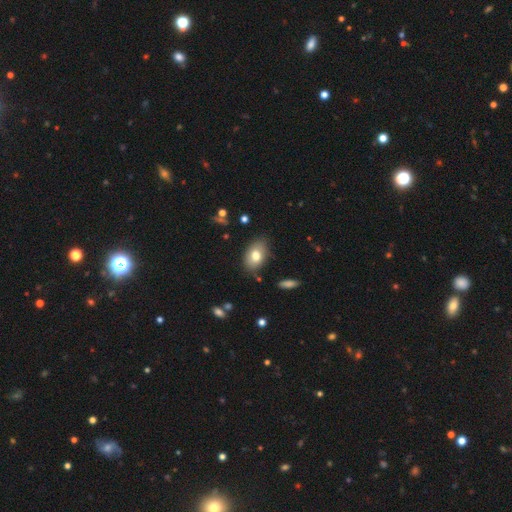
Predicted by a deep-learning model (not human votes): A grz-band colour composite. It shows a smooth galaxy with no disk features (75%) that is in between round and cigar-shaped (86%). Merging: none (78%).